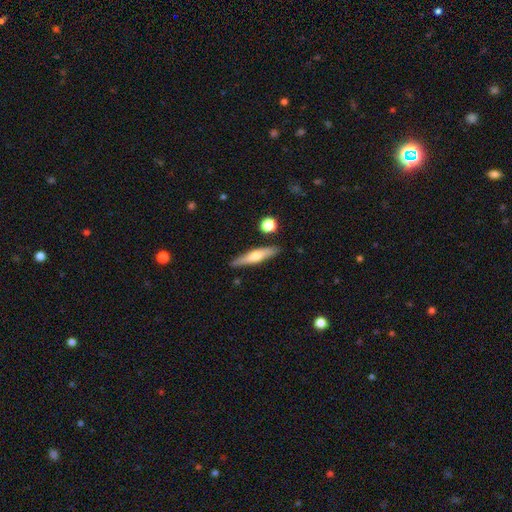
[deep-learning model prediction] A smooth galaxy with no disk features (48%). Merging: none (86%).